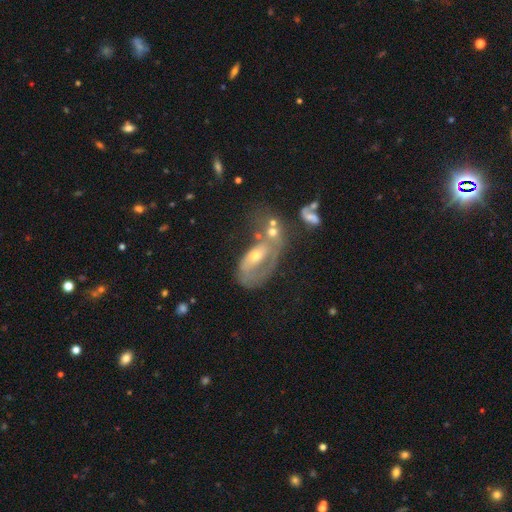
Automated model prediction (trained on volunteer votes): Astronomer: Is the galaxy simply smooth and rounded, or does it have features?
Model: featured or disk — 62%.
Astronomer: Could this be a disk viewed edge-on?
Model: no — 93%.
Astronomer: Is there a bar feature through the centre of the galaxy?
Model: no — 66%.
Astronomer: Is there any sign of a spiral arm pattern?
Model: yes — 50%, tied with no at 50%.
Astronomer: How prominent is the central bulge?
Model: moderate — 52% (runner-up: small, 40%).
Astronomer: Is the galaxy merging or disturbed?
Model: merger — 34% (runner-up: major disturbance, 33%).